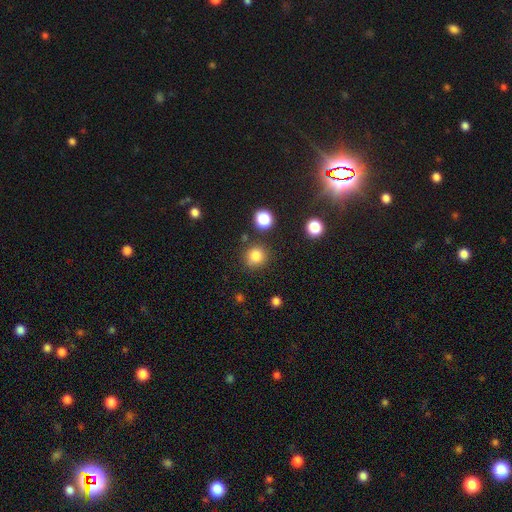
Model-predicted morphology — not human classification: The model was most divided on "smooth or featured": smooth: 81%, star or artifact: 13%, featured or disk: 5%. More confident: how rounded — round (89%); merging — none (82%).